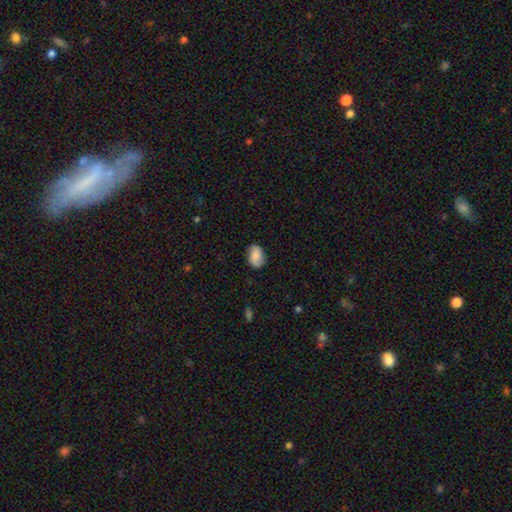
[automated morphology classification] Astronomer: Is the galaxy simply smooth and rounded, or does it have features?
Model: smooth — 71%.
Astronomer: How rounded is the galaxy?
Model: in between — 86%.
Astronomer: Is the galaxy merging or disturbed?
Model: none — 80%.